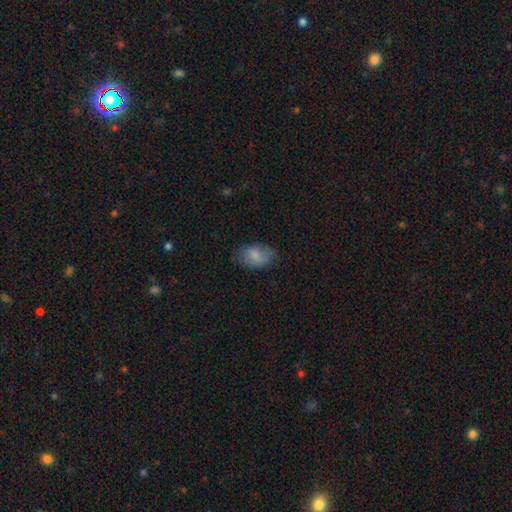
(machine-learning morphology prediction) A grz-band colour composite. It shows a smooth galaxy with no disk features (78%) that is in between round and cigar-shaped (86%). Merging: none (69%).